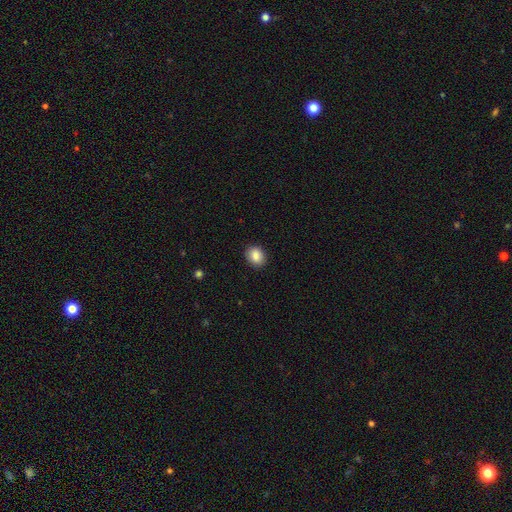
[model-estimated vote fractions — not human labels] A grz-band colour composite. It shows a smooth galaxy with no disk features (87%) that is round (54%). Merging: none (89%).